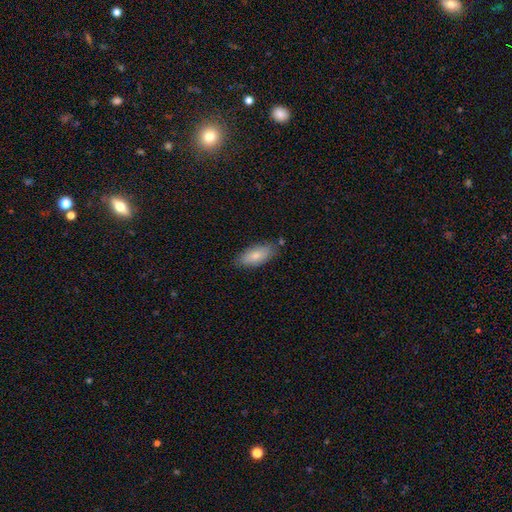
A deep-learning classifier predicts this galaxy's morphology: Q: Smooth or featured?
A: smooth (80%); runner-up: featured or disk (14%)
Q: How rounded?
A: in between (83%); runner-up: cigar-shaped (15%)
Q: Merging?
A: none (78%); runner-up: minor disturbance (16%)